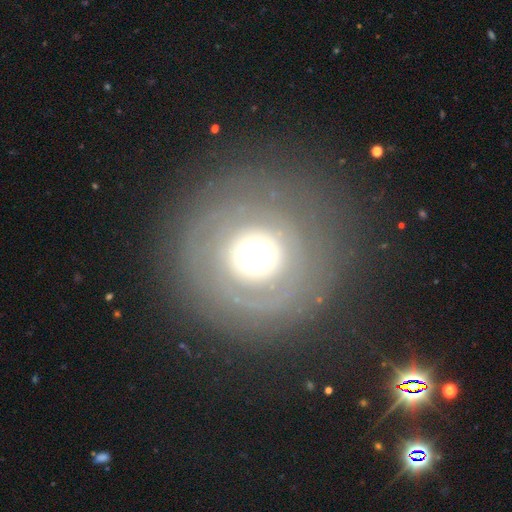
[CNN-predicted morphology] Overall: smooth (45%; featured or disk 41%). Merging: none (81%).